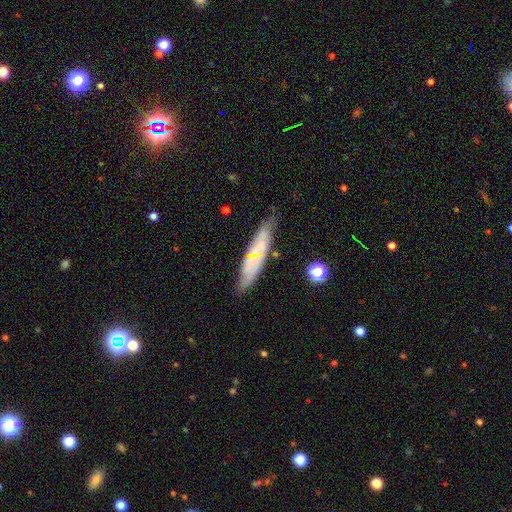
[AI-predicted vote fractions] Smooth or featured: featured or disk — 49% (smooth — 42%)
Merging: none — 76% (minor disturbance — 17%)